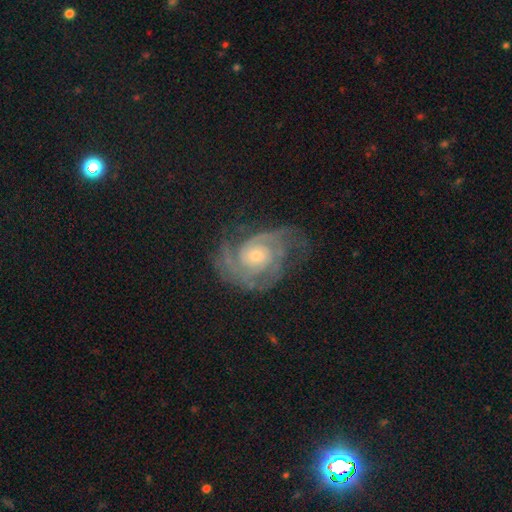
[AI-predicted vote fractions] This is clearly a featured or disk galaxy (90%). It is clearly not viewed edge-on (98%). Bar: likely no (69%). Spiral arm pattern: clearly yes (98%). Spiral arm count: possibly 2 (54%). Spiral winding: possibly tight (58%). Central bulge: possibly small (55%). Merging: likely none (69%).